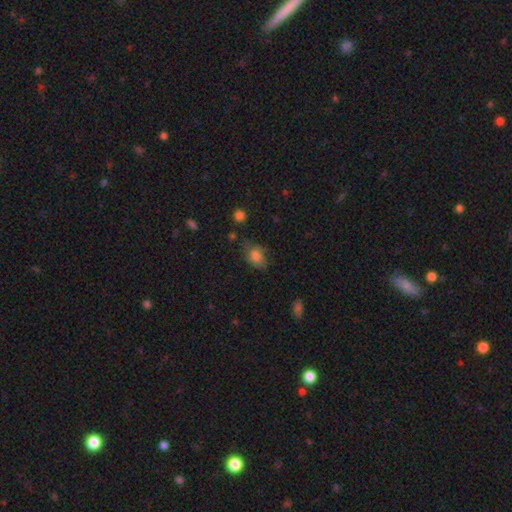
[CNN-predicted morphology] Overall: smooth (78%). How rounded: in between (72%). Merging: none (60%; minor disturbance 28%).